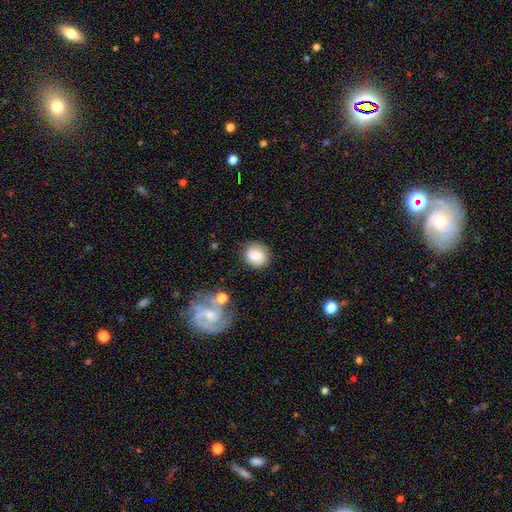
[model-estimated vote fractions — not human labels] Smooth or featured? smooth (79%)
How rounded? round (76%)
Merging? none (75%)